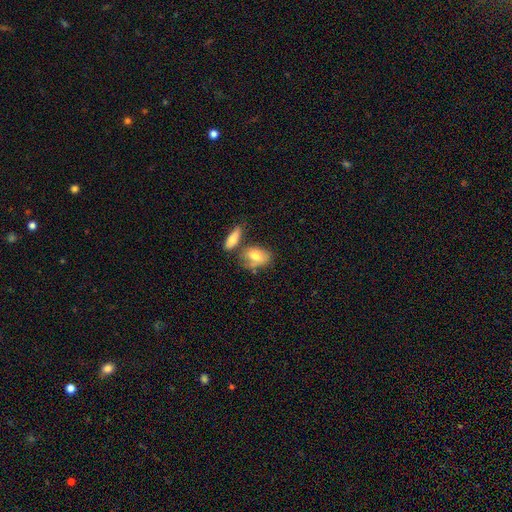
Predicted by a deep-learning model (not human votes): Morphology: type=smooth (72%); roundness=in between (85%); merging=none (44%).